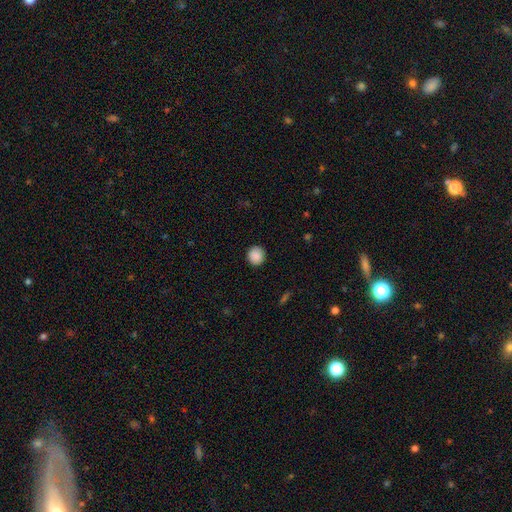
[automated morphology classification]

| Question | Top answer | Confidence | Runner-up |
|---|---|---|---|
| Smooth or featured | smooth | 89% | star or artifact (8%) |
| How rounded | round | 89% | in between (10%) |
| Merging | none | 92% | minor disturbance (6%) |